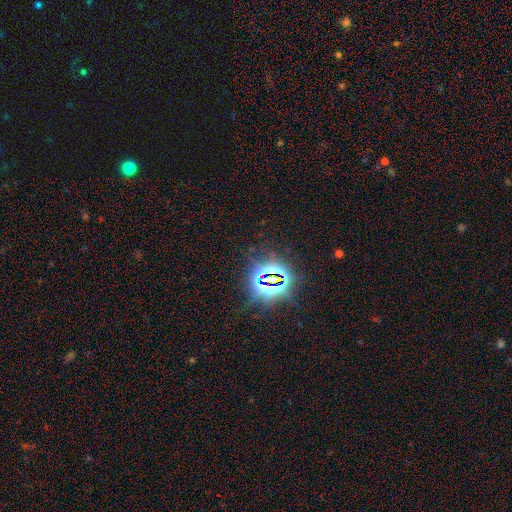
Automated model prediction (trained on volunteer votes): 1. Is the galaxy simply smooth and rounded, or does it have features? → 83% star or artifact, 11% smooth, 7% featured or disk.